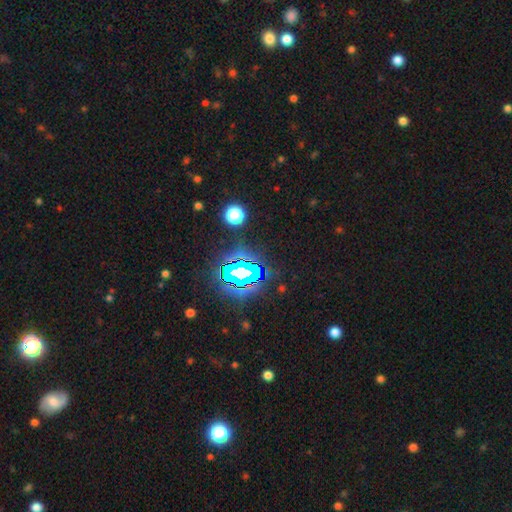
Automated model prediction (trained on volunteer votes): Smooth or featured? star or artifact (83%)